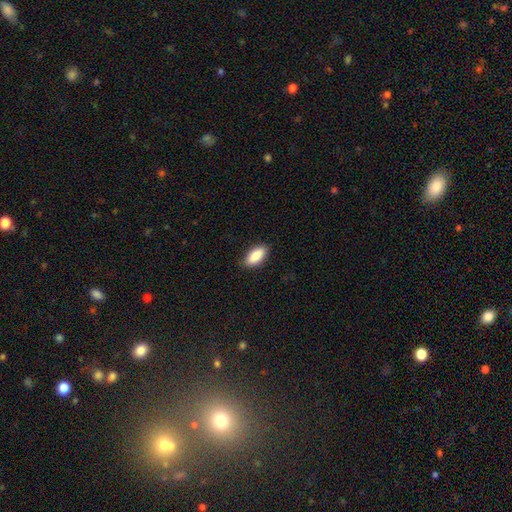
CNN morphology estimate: smooth-or-featured: smooth: 88% | star or artifact: 6% | featured or disk: 6%
  how-rounded: in between: 88% | cigar-shaped: 10% | round: 2%
  merging: none: 86% | minor disturbance: 11% | major disturbance: 2% | merger: 1%